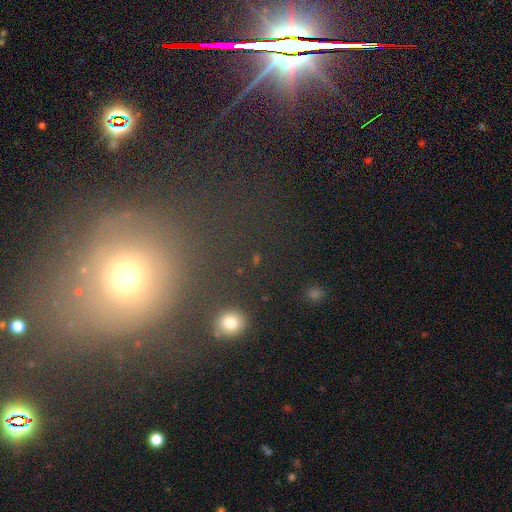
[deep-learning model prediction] A star or artifact, not a galaxy (43%).

Vote fractions:
- Smooth or featured? star or artifact: 43% / smooth: 41% / featured or disk: 16%